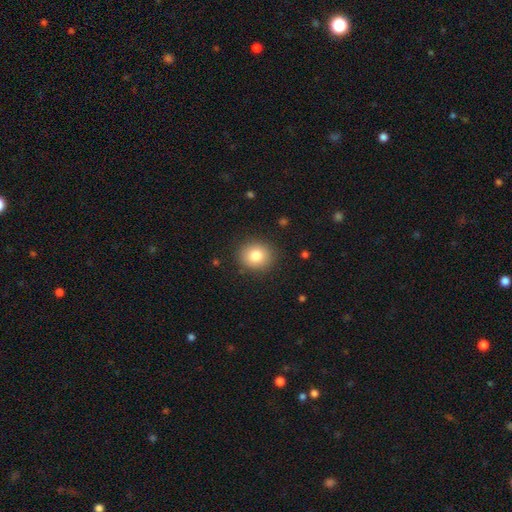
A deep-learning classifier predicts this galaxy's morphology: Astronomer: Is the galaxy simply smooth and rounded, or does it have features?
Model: smooth — 81%.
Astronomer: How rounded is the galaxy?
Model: round — 80%.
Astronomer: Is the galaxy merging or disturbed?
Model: none — 89%.